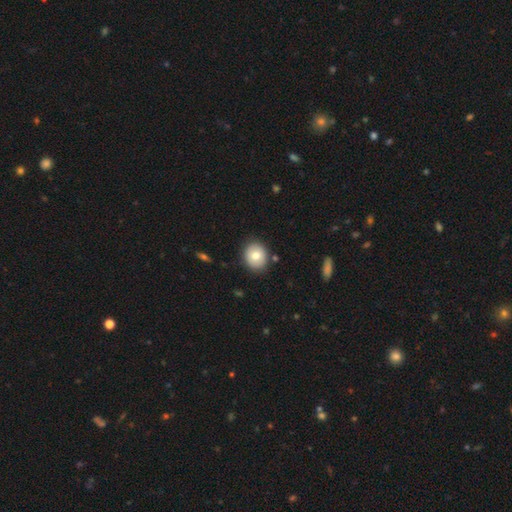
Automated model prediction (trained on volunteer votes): smooth_or_featured: smooth (p=0.76) [alt: featured or disk p=0.16]
how_rounded: round (p=0.71) [alt: in between p=0.28]
merging: none (p=0.86) [alt: minor disturbance p=0.10]